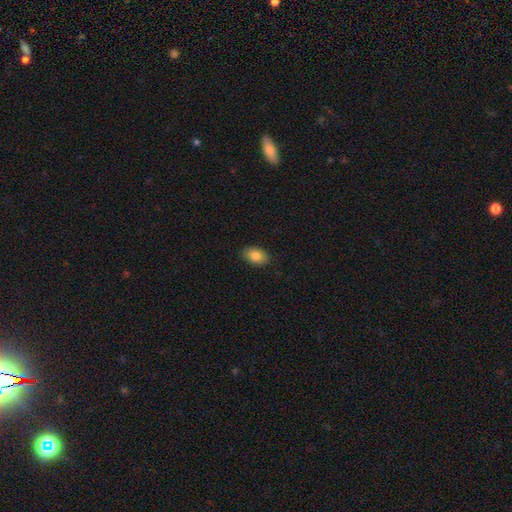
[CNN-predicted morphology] Smooth or featured? Predicted: smooth (p=0.82). How rounded? Predicted: in between (p=0.89). Merging? Predicted: none (p=0.89).